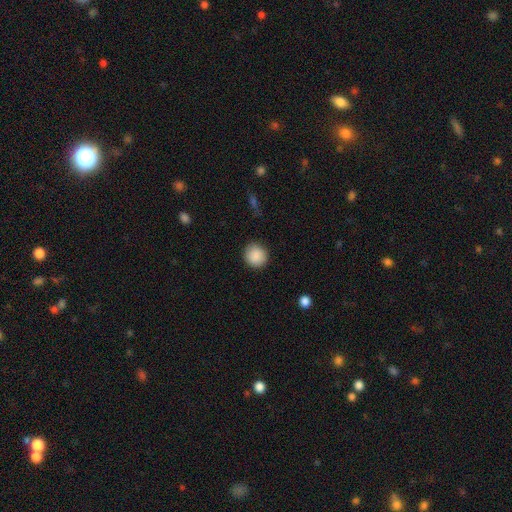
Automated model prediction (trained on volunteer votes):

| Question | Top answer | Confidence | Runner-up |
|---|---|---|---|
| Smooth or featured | smooth | 90% | star or artifact (7%) |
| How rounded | round | 90% | in between (9%) |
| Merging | none | 90% | minor disturbance (7%) |